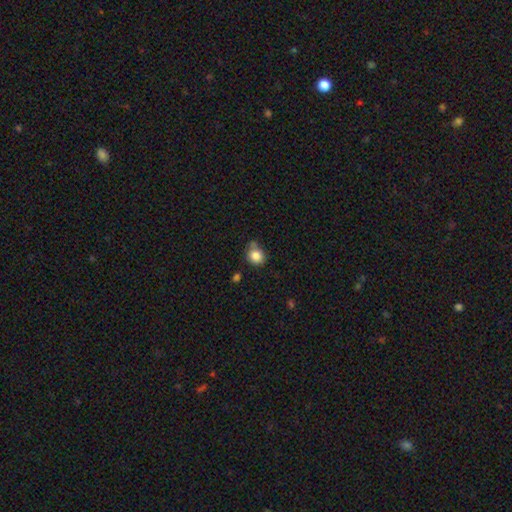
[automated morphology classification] This is clearly a smooth galaxy (84%). How rounded: likely round (72%). Merging: likely none (60%).